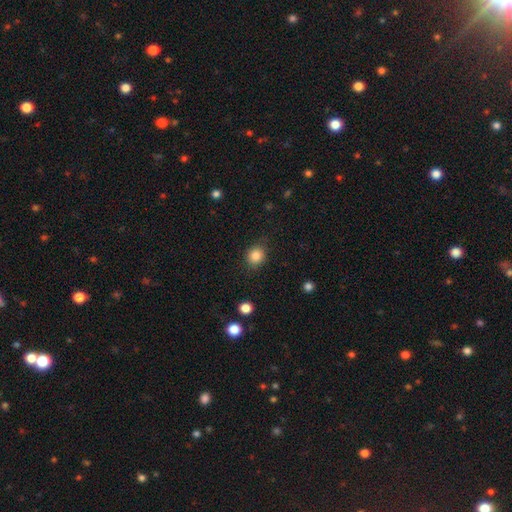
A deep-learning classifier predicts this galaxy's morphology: Smooth or featured: smooth — 85% (star or artifact — 10%)
How rounded: round — 76% (in between — 23%)
Merging: none — 83% (minor disturbance — 12%)